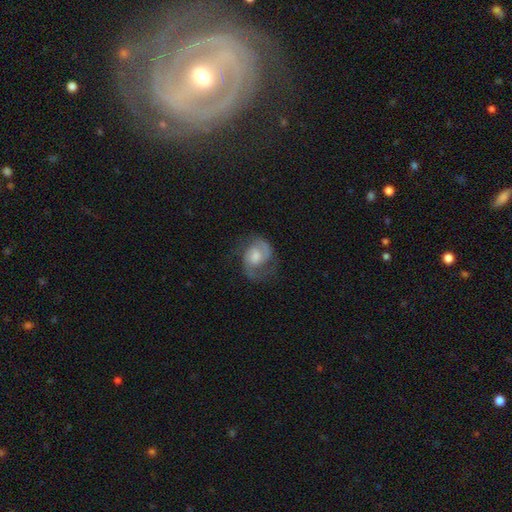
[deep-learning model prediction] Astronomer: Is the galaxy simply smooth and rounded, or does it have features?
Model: featured or disk — 82%.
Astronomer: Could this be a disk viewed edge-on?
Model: no — 98%.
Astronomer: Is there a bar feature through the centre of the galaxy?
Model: no — 54% (runner-up: weak, 39%).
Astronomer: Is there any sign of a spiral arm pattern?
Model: yes — 96%.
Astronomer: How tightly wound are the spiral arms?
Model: medium — 52% (runner-up: tight, 30%).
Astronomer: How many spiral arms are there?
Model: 2 — 87%.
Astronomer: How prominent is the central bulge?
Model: moderate — 49% (runner-up: small, 27%).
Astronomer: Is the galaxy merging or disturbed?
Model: none — 67%.